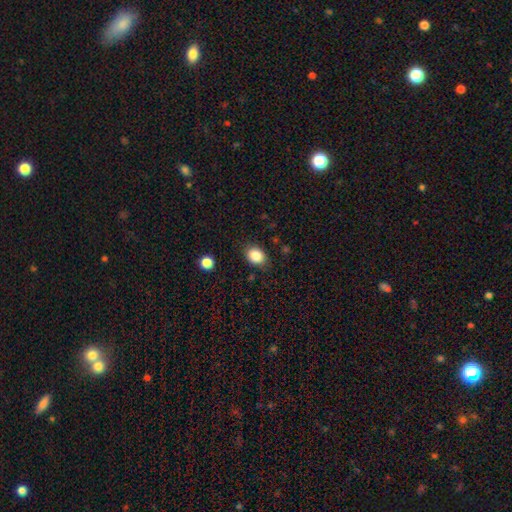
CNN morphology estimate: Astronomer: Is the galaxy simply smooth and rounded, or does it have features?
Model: smooth — 85%.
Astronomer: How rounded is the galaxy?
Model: in between — 62% (runner-up: round, 38%).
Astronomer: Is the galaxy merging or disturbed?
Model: none — 84%.